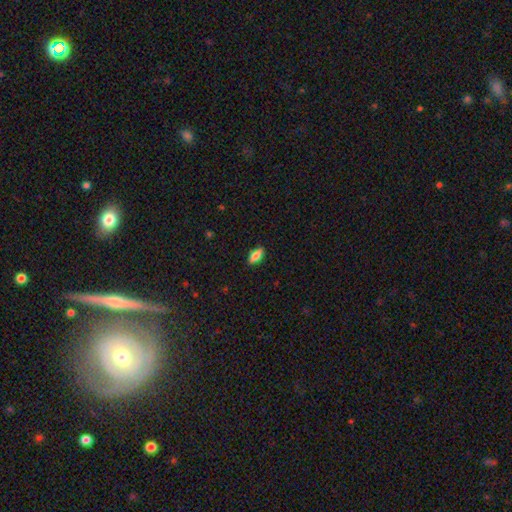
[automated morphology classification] smooth_or_featured: smooth (p=0.78) [alt: featured or disk p=0.14]
how_rounded: in between (p=0.81) [alt: cigar-shaped p=0.16]
merging: none (p=0.88) [alt: minor disturbance p=0.09]